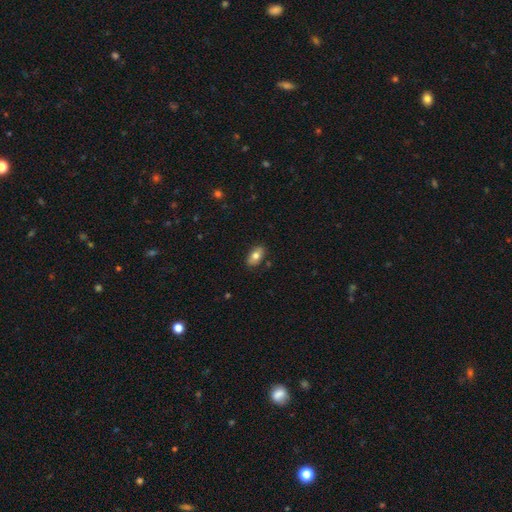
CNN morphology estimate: Overall: smooth (76%). How rounded: in between (91%). Merging: none (86%).